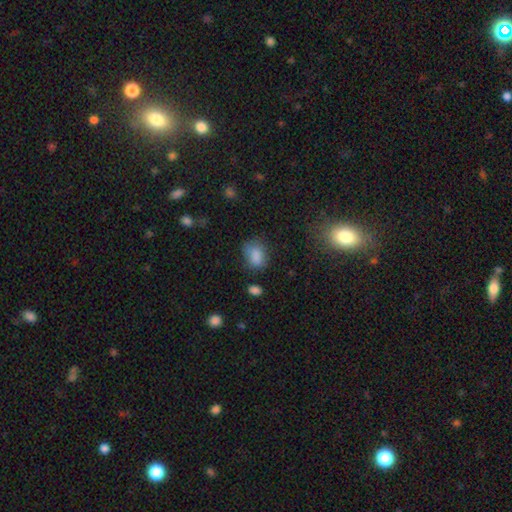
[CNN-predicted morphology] smooth_or_featured: smooth (p=0.82) [alt: star or artifact p=0.11]
how_rounded: in between (p=0.74) [alt: round p=0.24]
merging: none (p=0.59) [alt: minor disturbance p=0.26]